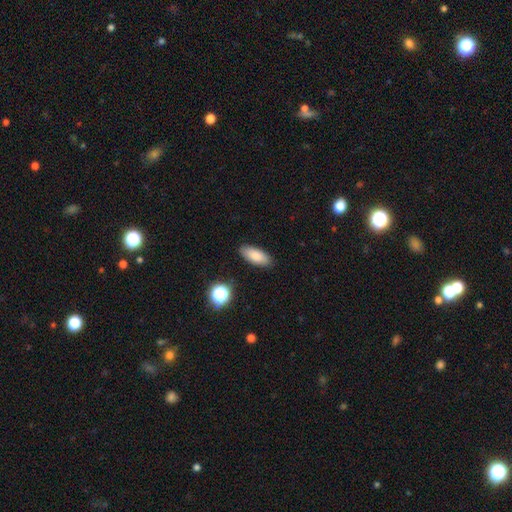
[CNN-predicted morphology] The model was most divided on "how rounded": in between: 81%, cigar-shaped: 16%, round: 3%. More confident: merging — none (87%); smooth or featured — smooth (84%).